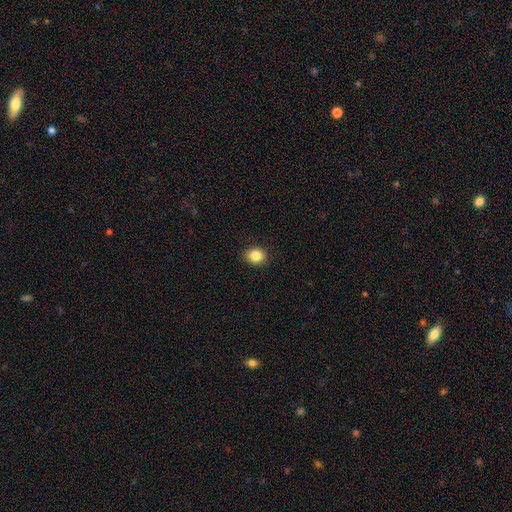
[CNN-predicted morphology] Smooth or featured? smooth (85%)
How rounded? round (68%)
Merging? none (90%)